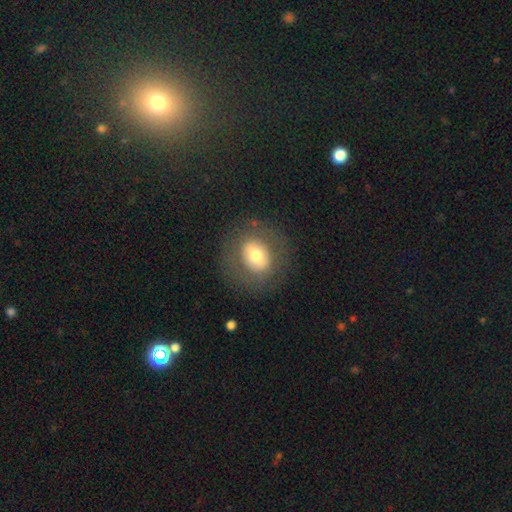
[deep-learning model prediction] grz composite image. It shows a smooth galaxy with no disk features (60%) that is round (71%). Merging: none (81%).